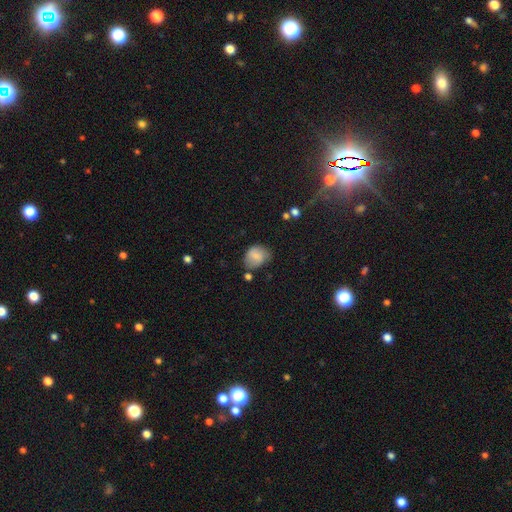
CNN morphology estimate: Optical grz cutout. It shows a smooth galaxy with no disk features (72%) that is in between round and cigar-shaped (54%). Merging: none (58%).